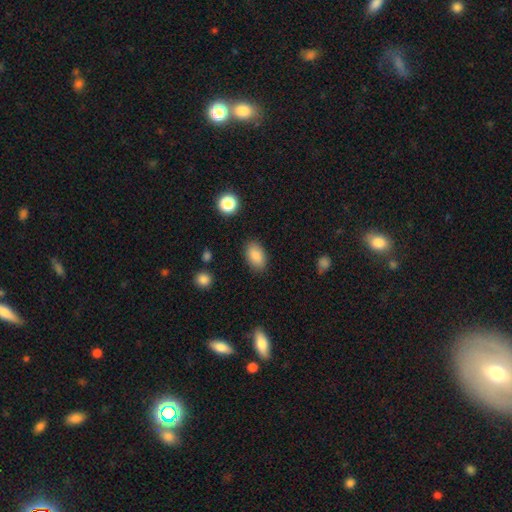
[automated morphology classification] Smooth or featured? smooth (86%)
How rounded? in between (91%)
Merging? none (86%)